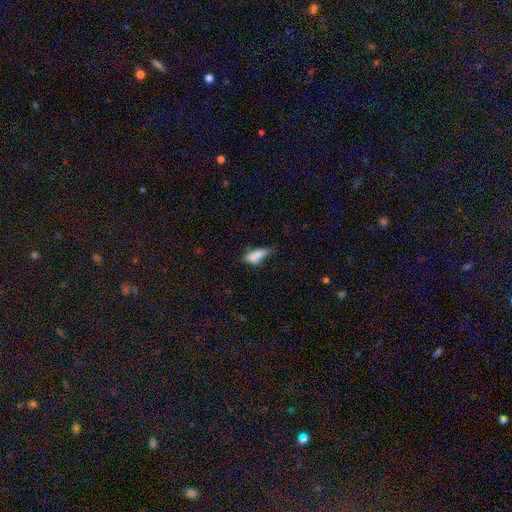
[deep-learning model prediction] Smooth or featured?
  - smooth: 78% *
  - featured or disk: 13%
  - star or artifact: 9%
How rounded?
  - in between: 77% *
  - cigar-shaped: 20%
  - round: 3%
Merging?
  - minor disturbance: 41% *
  - none: 30%
  - major disturbance: 23%
  - merger: 6%